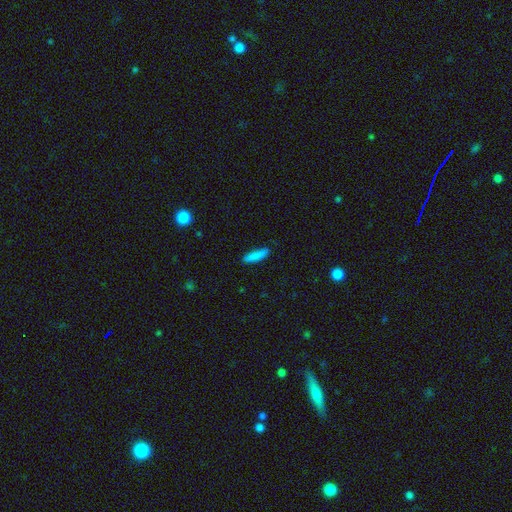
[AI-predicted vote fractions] Q: Smooth or featured?
A: smooth (86%); runner-up: featured or disk (7%)
Q: How rounded?
A: cigar-shaped (79%); runner-up: in between (20%)
Q: Merging?
A: none (87%); runner-up: minor disturbance (10%)